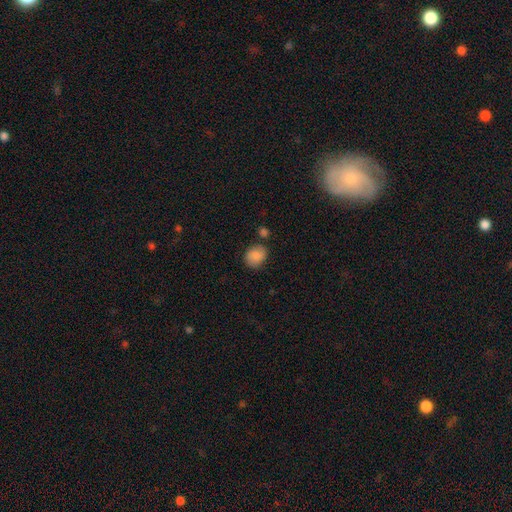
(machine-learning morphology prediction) smooth_or_featured: smooth (p=0.83) [alt: featured or disk p=0.09]
how_rounded: round (p=0.60) [alt: in between p=0.39]
merging: none (p=0.76) [alt: minor disturbance p=0.15]